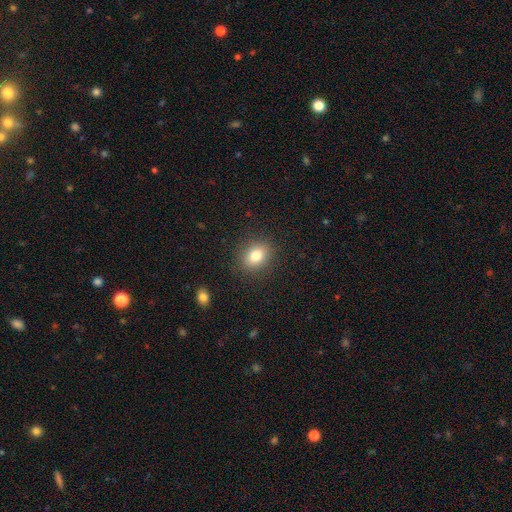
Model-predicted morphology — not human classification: Smooth or featured? smooth (81%)
How rounded? round (50%)
Merging? none (88%)